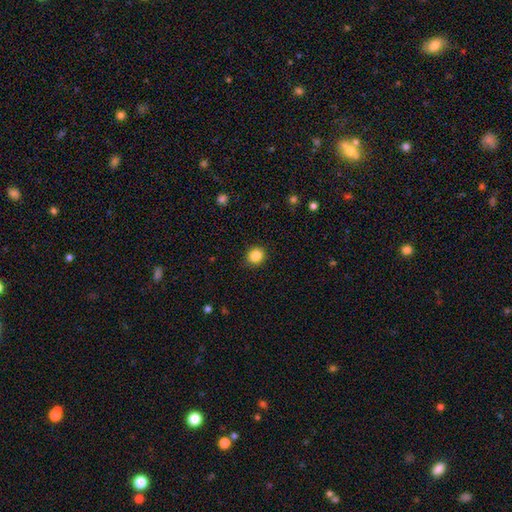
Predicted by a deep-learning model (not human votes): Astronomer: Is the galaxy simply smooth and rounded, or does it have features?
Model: smooth — 86%.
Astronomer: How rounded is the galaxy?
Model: round — 81%.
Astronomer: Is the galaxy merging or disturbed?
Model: none — 89%.